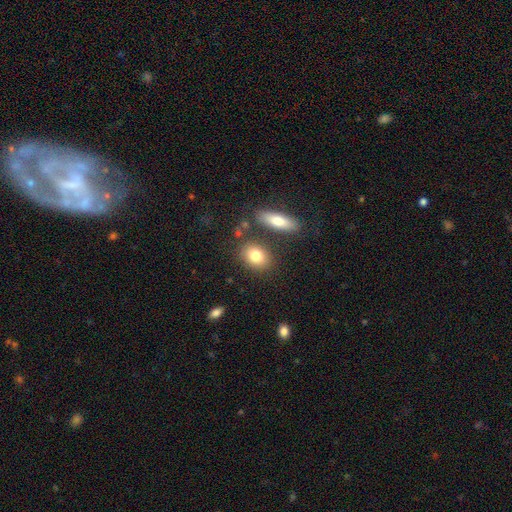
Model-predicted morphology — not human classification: A smooth galaxy with no disk features (81%) that is in between round and cigar-shaped (65%).

Vote fractions:
- Smooth or featured? smooth: 81% / featured or disk: 11% / star or artifact: 8%
- How rounded? in between: 65% / round: 32% / cigar-shaped: 3%
- Merging? none: 76% / minor disturbance: 11% / merger: 9% / major disturbance: 4%